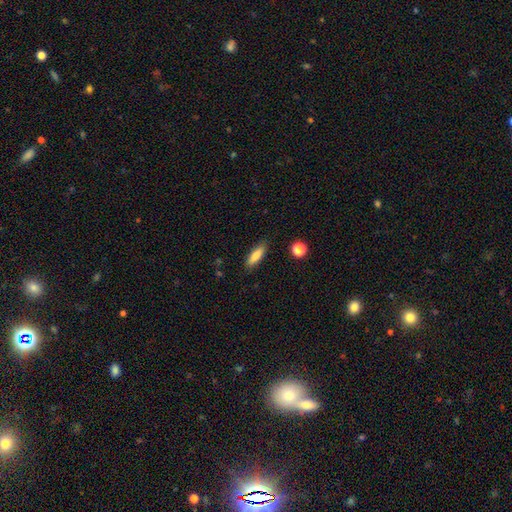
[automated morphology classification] Overall: smooth (80%). How rounded: cigar-shaped (53%; in between 45%). Merging: none (85%).